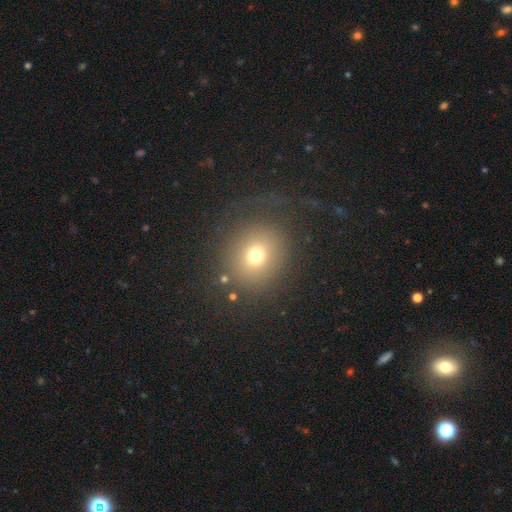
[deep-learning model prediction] smooth_or_featured: smooth (p=0.68) [alt: star or artifact p=0.16]
how_rounded: round (p=0.86) [alt: in between p=0.13]
merging: none (p=0.62) [alt: major disturbance p=0.22]